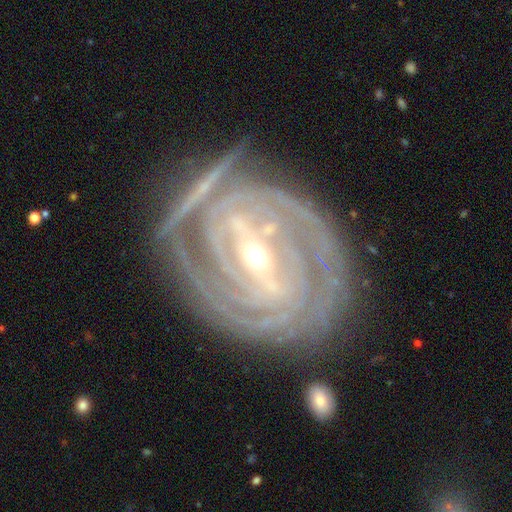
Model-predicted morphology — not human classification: Smooth or featured?
  - featured or disk: 91% *
  - star or artifact: 5%
  - smooth: 4%
Edge-on disk?
  - no: 96% *
  - yes: 4%
Bar?
  - strong: 60% *
  - weak: 30%
  - no: 9%
Spiral arms?
  - yes: 98% *
  - no: 2%
Spiral winding?
  - tight: 82% *
  - medium: 15%
  - loose: 2%
Spiral arm count?
  - 3: 24% *
  - 2: 23%
  - can't tell: 19%
  - 4: 19%
  - more than 4: 8%
  - 1: 6%
Bulge size?
  - small: 57% *
  - moderate: 40%
  - large: 2%
  - none: 1%
  - dominant: 1%
Merging?
  - none: 73% *
  - minor disturbance: 16%
  - major disturbance: 7%
  - merger: 4%